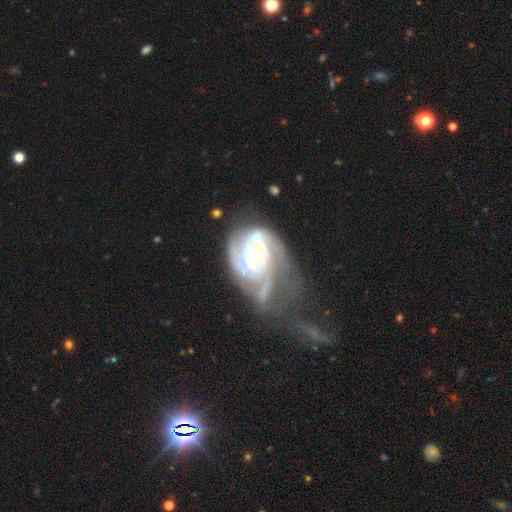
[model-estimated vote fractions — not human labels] Q: Smooth or featured?
A: featured or disk (83%); runner-up: smooth (11%)
Q: Edge-on disk?
A: no (97%); runner-up: yes (3%)
Q: Bar?
A: no (74%); runner-up: weak (19%)
Q: Spiral arms?
A: yes (86%); runner-up: no (14%)
Q: Spiral winding?
A: tight (63%); runner-up: medium (26%)
Q: Spiral arm count?
A: can't tell (38%); runner-up: 2 (27%)
Q: Bulge size?
A: moderate (72%); runner-up: small (14%)
Q: Merging?
A: major disturbance (41%); runner-up: none (26%)